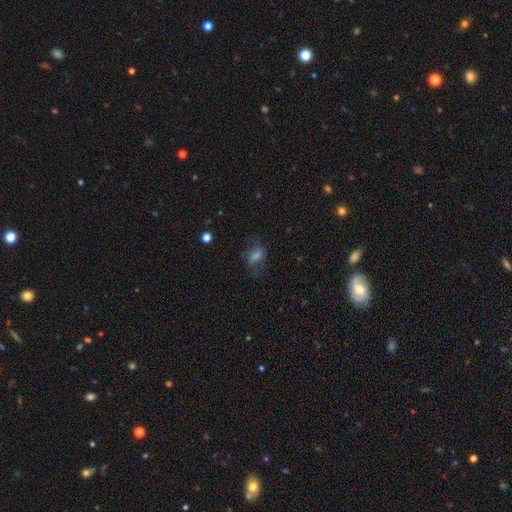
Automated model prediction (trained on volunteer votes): Smooth or featured: smooth — 49% (featured or disk — 28%)
Merging: none — 64% (minor disturbance — 20%)